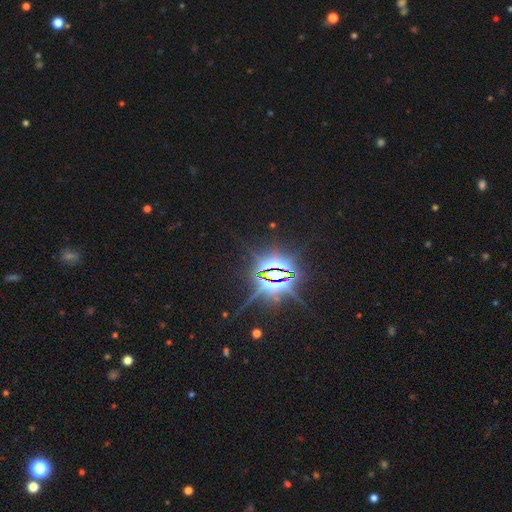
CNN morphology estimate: The model was most divided on "smooth or featured": star or artifact: 88%, smooth: 6%, featured or disk: 6%.